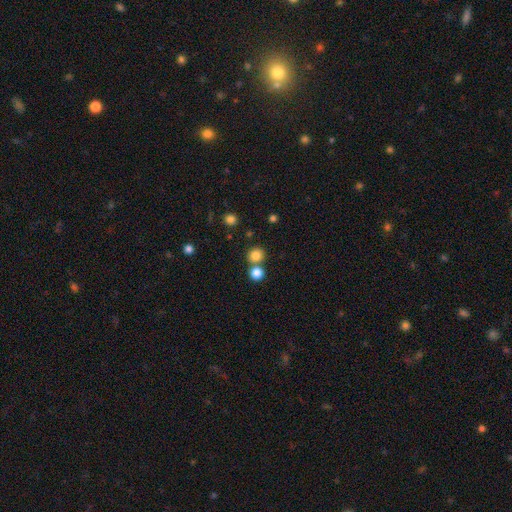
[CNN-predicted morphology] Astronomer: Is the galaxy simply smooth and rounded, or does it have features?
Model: smooth — 82%.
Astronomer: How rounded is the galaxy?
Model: round — 91%.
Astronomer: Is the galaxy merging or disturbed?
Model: none — 68%.